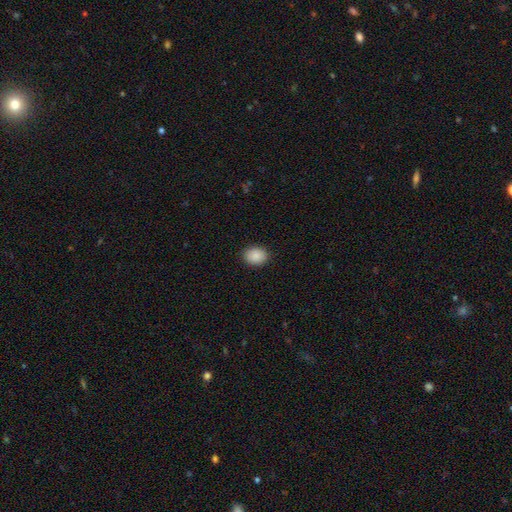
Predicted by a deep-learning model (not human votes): Q: Smooth or featured?
A: smooth (90%); runner-up: star or artifact (8%)
Q: How rounded?
A: in between (55%); runner-up: round (44%)
Q: Merging?
A: none (90%); runner-up: minor disturbance (7%)